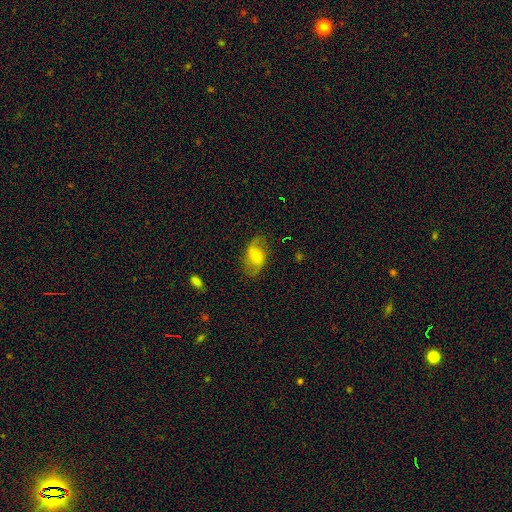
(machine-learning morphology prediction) Smooth or featured?
  - featured or disk: 60% *
  - smooth: 32%
  - star or artifact: 8%
Edge-on disk?
  - no: 95% *
  - yes: 5%
Bar?
  - weak: 51% *
  - no: 27%
  - strong: 22%
Spiral arms?
  - yes: 87% *
  - no: 13%
Spiral winding?
  - loose: 62% *
  - medium: 30%
  - tight: 8%
Spiral arm count?
  - 2: 87% *
  - can't tell: 6%
  - 1: 5%
  - 3: 1%
  - 4: 1%
  - more than 4: 1%
Bulge size?
  - moderate: 44% *
  - small: 36%
  - large: 9%
  - none: 9%
  - dominant: 2%
Merging?
  - none: 72% *
  - minor disturbance: 18%
  - major disturbance: 8%
  - merger: 1%